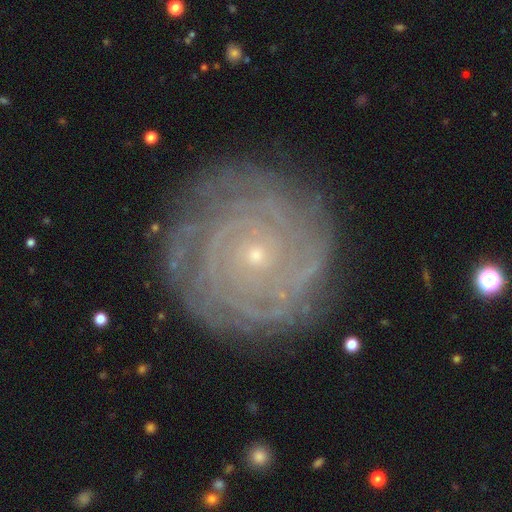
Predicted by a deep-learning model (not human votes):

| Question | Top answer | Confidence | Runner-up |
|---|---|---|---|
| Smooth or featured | featured or disk | 86% | smooth (7%) |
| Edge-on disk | no | 97% | yes (3%) |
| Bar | no | 82% | weak (13%) |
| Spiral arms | yes | 97% | no (3%) |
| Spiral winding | tight | 88% | medium (10%) |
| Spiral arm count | can't tell | 27% | 4 (19%) |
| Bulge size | small | 88% | moderate (9%) |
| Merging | none | 83% | minor disturbance (12%) |